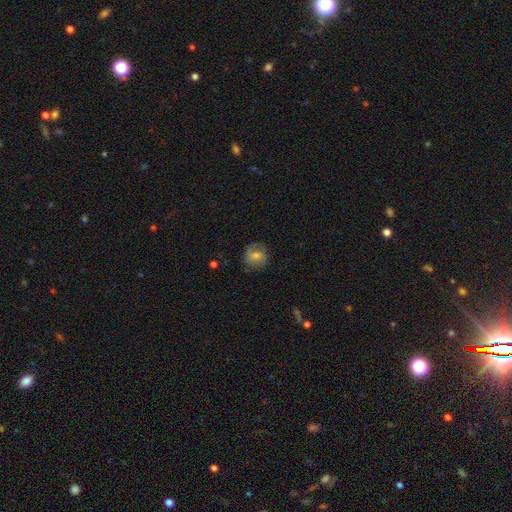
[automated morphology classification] A smooth galaxy with no disk features (56%) that is round (79%). Merging: none (75%).